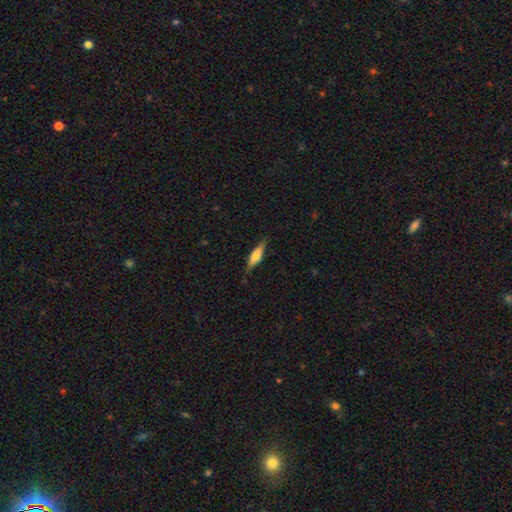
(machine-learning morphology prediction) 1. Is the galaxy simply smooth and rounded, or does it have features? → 47% featured or disk, 46% smooth, 7% star or artifact.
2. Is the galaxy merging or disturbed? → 84% none, 12% minor disturbance, 2% major disturbance, 1% merger.